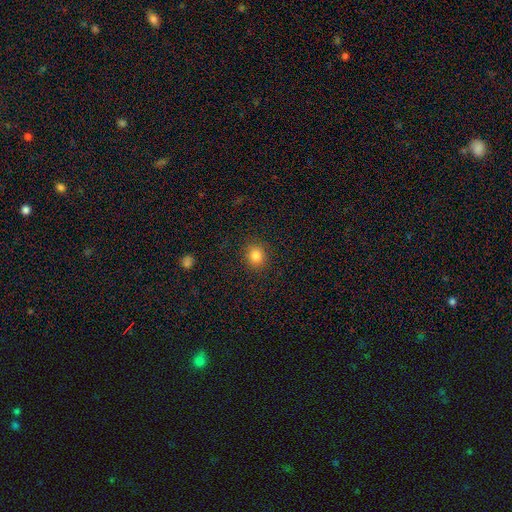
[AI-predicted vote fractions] Smooth or featured? Predicted: smooth (p=0.83). How rounded? Predicted: round (p=0.83). Merging? Predicted: none (p=0.90).